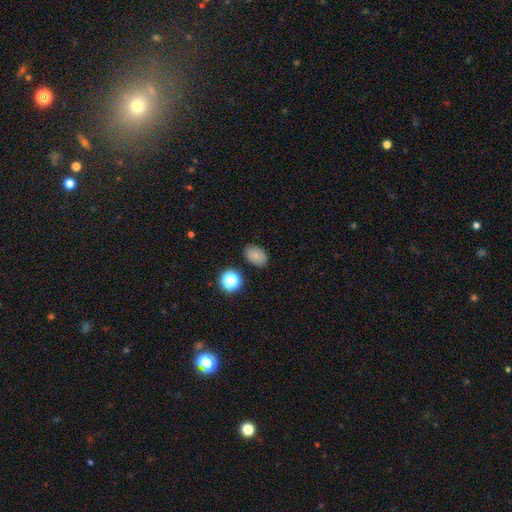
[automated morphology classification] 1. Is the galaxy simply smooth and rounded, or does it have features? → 80% smooth, 13% star or artifact, 8% featured or disk.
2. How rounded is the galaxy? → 81% in between, 18% round, 1% cigar-shaped.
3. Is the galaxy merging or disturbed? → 85% none, 10% minor disturbance, 3% major disturbance, 2% merger.